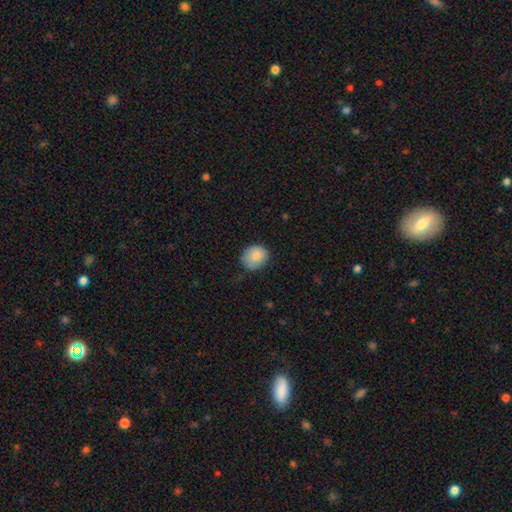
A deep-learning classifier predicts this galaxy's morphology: type=smooth (83%); roundness=round (68%); merging=none (70%).